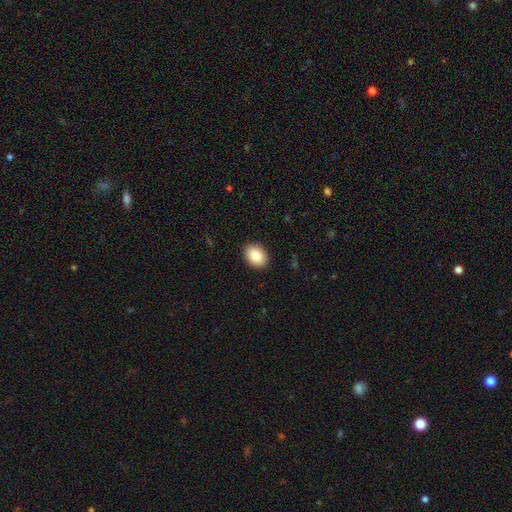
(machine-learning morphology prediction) Overall: smooth (86%). How rounded: in between (69%; round 30%). Merging: none (90%).